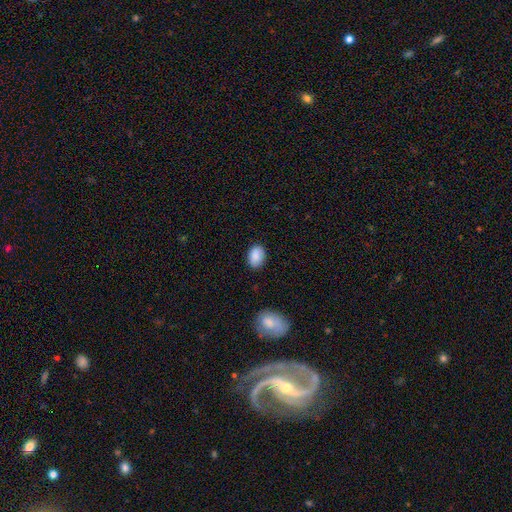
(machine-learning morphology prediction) type=smooth (88%); roundness=in between (80%); merging=none (84%).